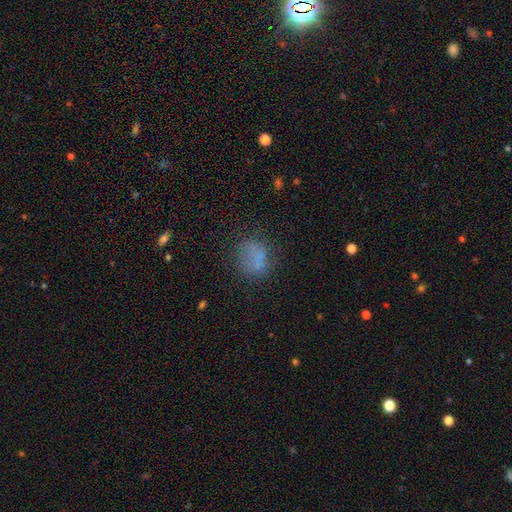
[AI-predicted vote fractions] Overall: smooth (68%). How rounded: round (62%; in between 37%). Merging: none (58%; minor disturbance 21%).